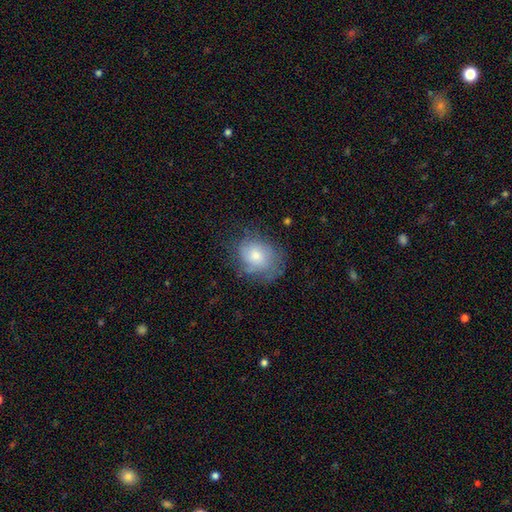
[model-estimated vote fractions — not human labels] This is possibly a smooth galaxy (57%). How rounded: possibly round (55%). Merging: likely none (62%).